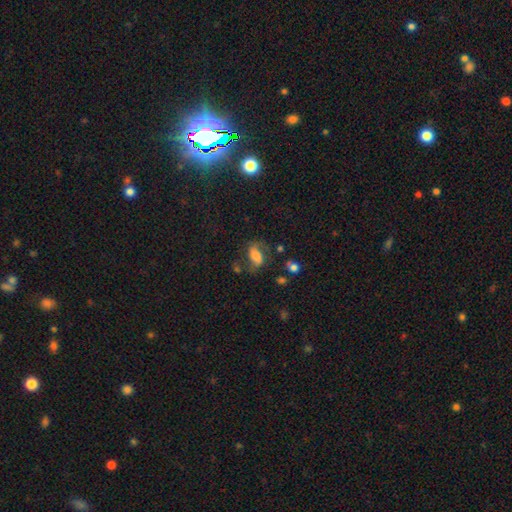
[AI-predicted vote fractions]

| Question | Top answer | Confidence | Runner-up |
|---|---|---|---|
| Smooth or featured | smooth | 46% | featured or disk (42%) |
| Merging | none | 51% | minor disturbance (22%) |